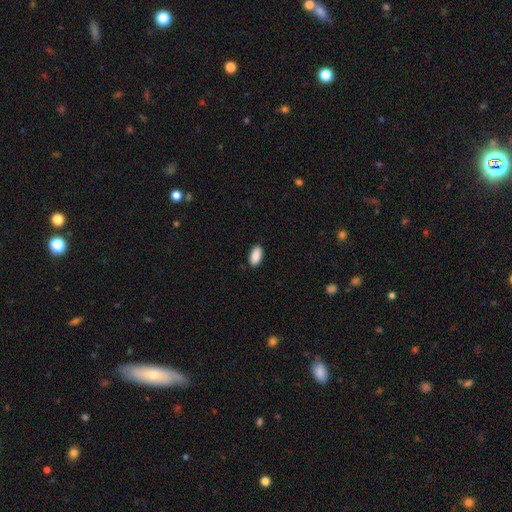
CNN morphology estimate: This is clearly a smooth galaxy (91%). How rounded: clearly in between (94%). Merging: clearly none (88%).